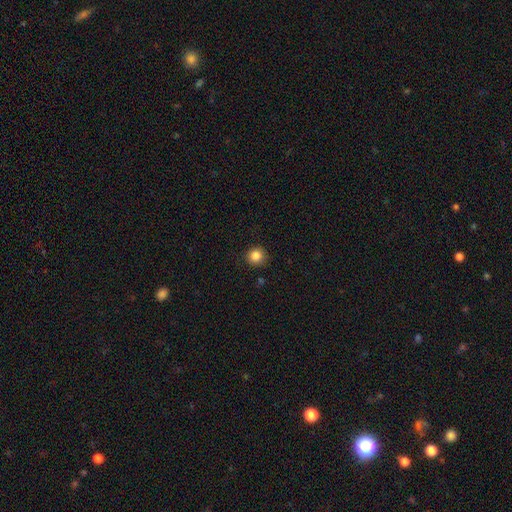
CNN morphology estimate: type=smooth (85%); roundness=round (89%); merging=none (88%).